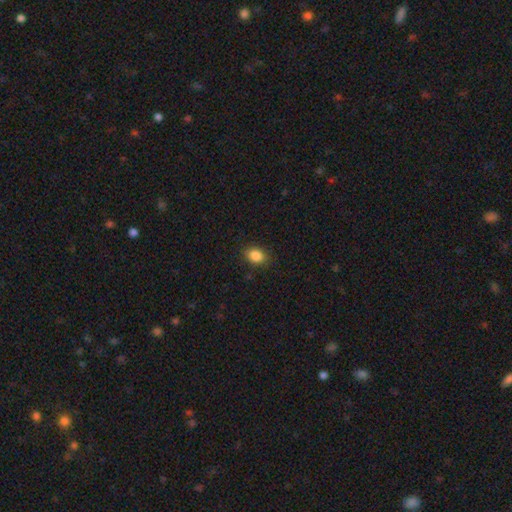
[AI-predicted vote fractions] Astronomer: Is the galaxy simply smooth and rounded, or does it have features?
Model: smooth — 87%.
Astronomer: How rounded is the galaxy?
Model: in between — 74%.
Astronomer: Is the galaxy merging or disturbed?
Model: none — 87%.